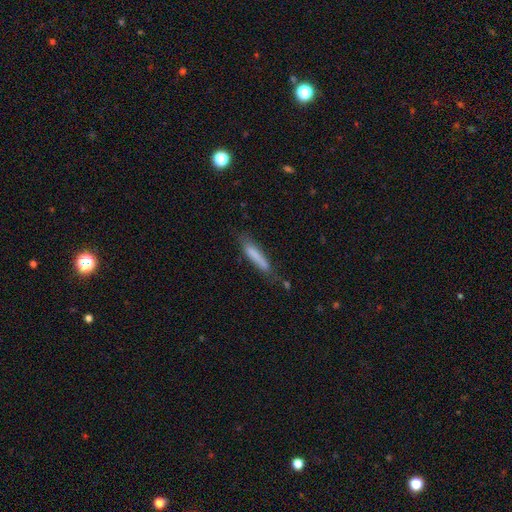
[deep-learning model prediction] This is likely a smooth galaxy (76%). How rounded: clearly cigar-shaped (89%). Merging: likely none (66%).